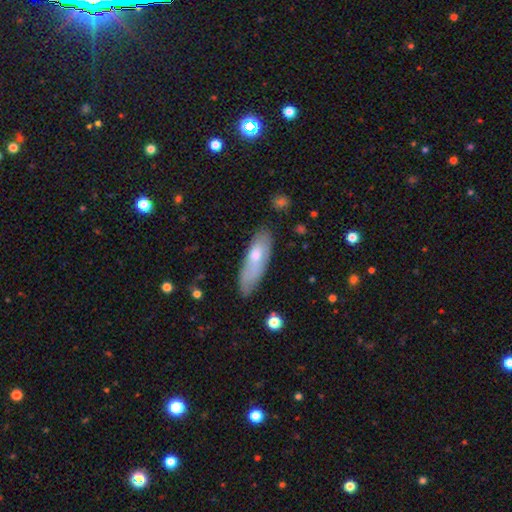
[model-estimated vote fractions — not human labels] Overall: smooth (62%; featured or disk 31%). How rounded: cigar-shaped (52%; in between 46%). Merging: none (70%).